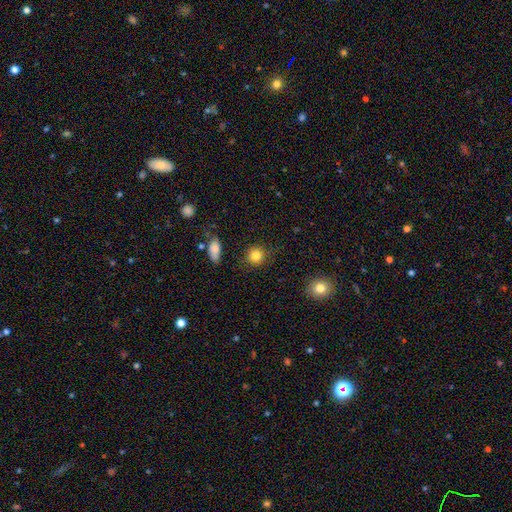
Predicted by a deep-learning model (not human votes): smooth 84%, star or artifact 10%, featured or disk 6%. Down the decision tree: how rounded — round (87%); merging — none (84%).